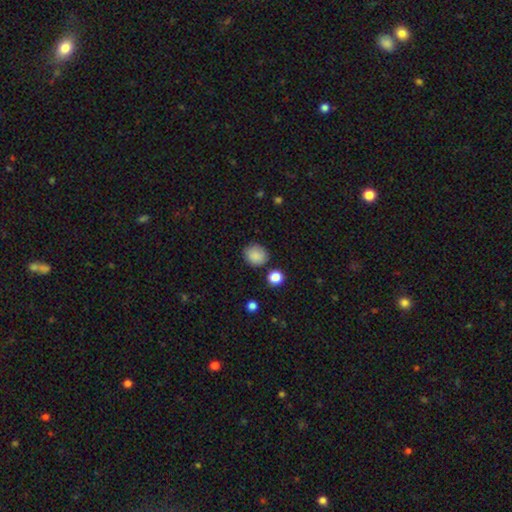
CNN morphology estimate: Smooth or featured? Predicted: smooth (p=0.87). How rounded? Predicted: round (p=0.81). Merging? Predicted: none (p=0.81).